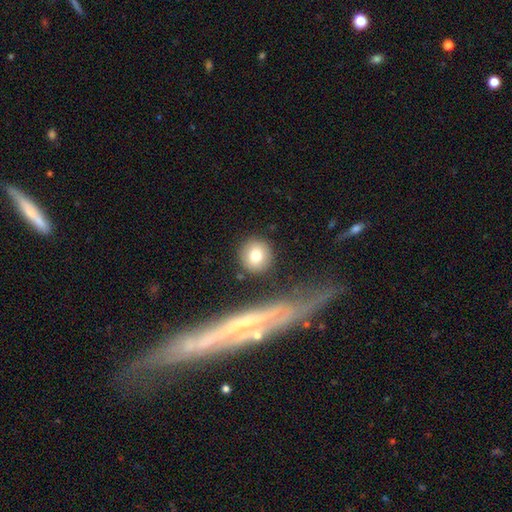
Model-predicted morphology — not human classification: Q: Smooth or featured?
A: smooth (77%); runner-up: featured or disk (14%)
Q: How rounded?
A: round (91%); runner-up: in between (8%)
Q: Merging?
A: none (84%); runner-up: minor disturbance (8%)